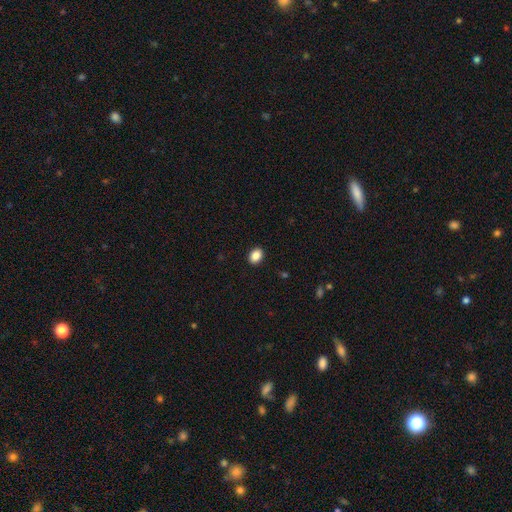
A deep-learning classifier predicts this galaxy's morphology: smooth 88%, star or artifact 9%, featured or disk 4%. Down the decision tree: how rounded — in between (65%); merging — none (91%).